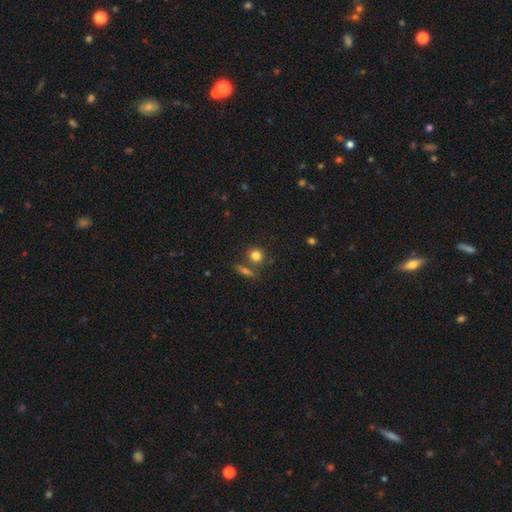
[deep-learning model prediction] A smooth galaxy with no disk features (81%) that is round (83%). Merging: none (68%).